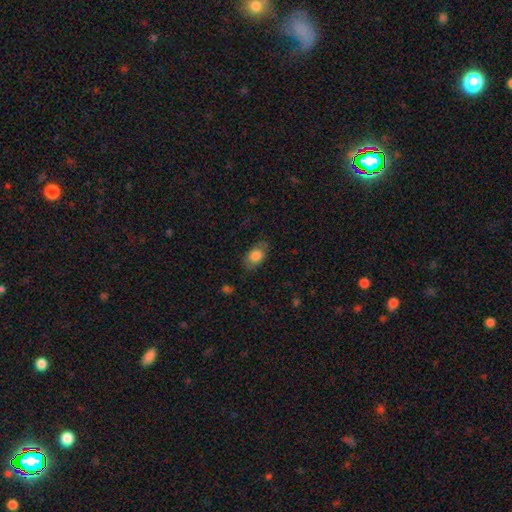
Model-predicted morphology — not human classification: The model was most divided on "merging": none: 74%, minor disturbance: 18%, major disturbance: 6%, merger: 1%. More confident: how rounded — in between (88%); smooth or featured — smooth (77%).